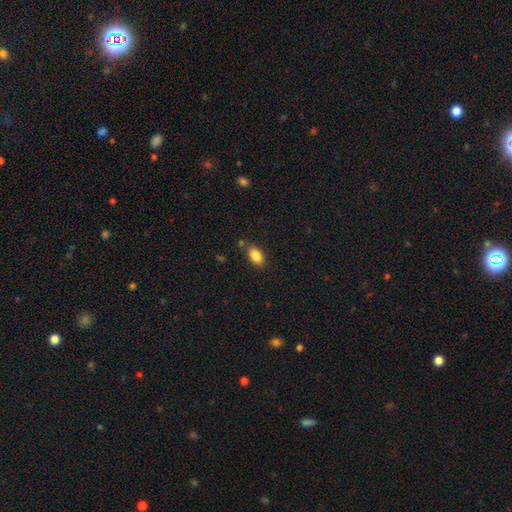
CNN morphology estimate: The model was most divided on "merging": none: 81%, minor disturbance: 11%, merger: 5%, major disturbance: 3%. More confident: how rounded — in between (91%); smooth or featured — smooth (87%).